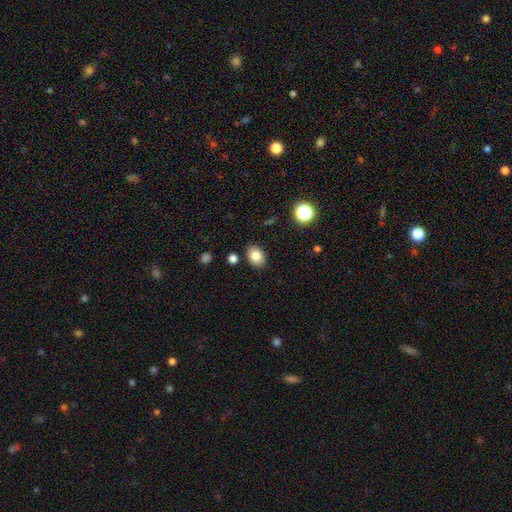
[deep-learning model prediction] Smooth or featured? smooth (82%)
How rounded? in between (68%)
Merging? none (85%)